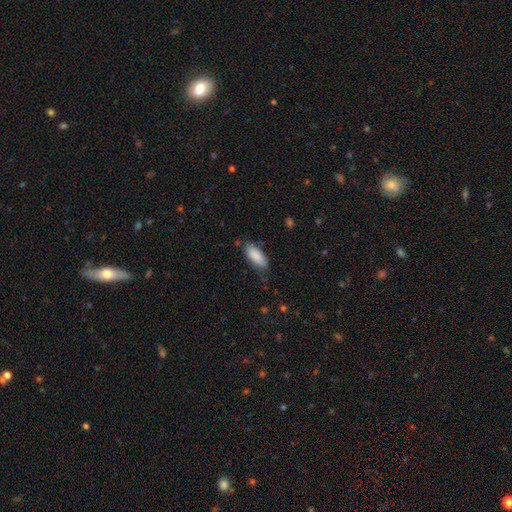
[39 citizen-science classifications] Q: Smooth or featured?
A: smooth (82%); runner-up: featured or disk (10%)
Q: How rounded?
A: in between (91%); runner-up: cigar-shaped (6%)
Q: Merging?
A: none (56%); runner-up: minor disturbance (25%)